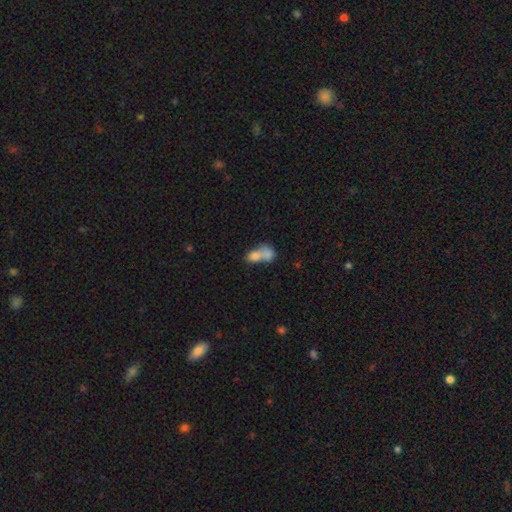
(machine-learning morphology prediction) smooth 71%, featured or disk 19%, star or artifact 9%. Down the decision tree: how rounded — in between (71%); merging — merger (74%).